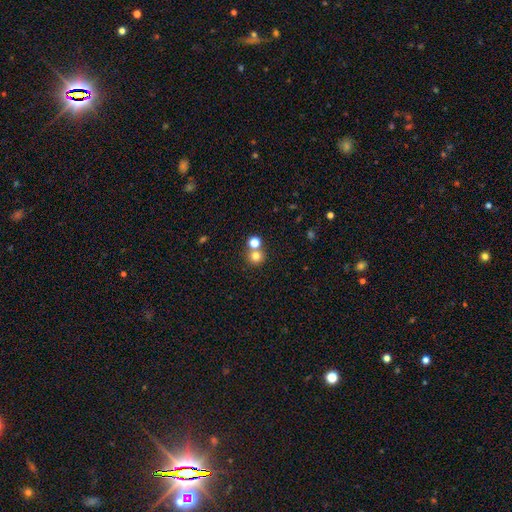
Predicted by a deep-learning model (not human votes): Smooth or featured?
  - smooth: 77% *
  - star or artifact: 15%
  - featured or disk: 8%
How rounded?
  - round: 91% *
  - in between: 8%
  - cigar-shaped: 1%
Merging?
  - none: 60% *
  - merger: 32%
  - minor disturbance: 6%
  - major disturbance: 2%